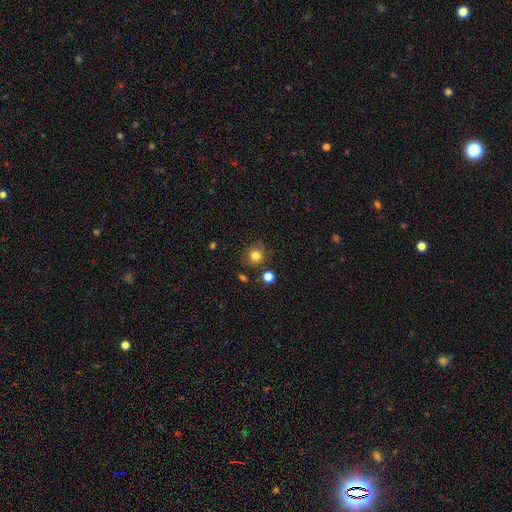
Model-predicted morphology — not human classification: Smooth or featured? Predicted: smooth (p=0.80). How rounded? Predicted: round (p=0.86). Merging? Predicted: none (p=0.78).